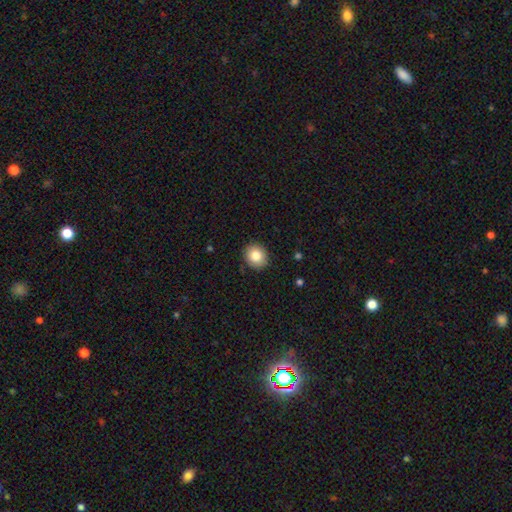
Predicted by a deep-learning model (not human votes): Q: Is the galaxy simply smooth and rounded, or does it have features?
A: smooth — 83%.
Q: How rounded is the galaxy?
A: round — 74%.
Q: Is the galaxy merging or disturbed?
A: none — 90%.